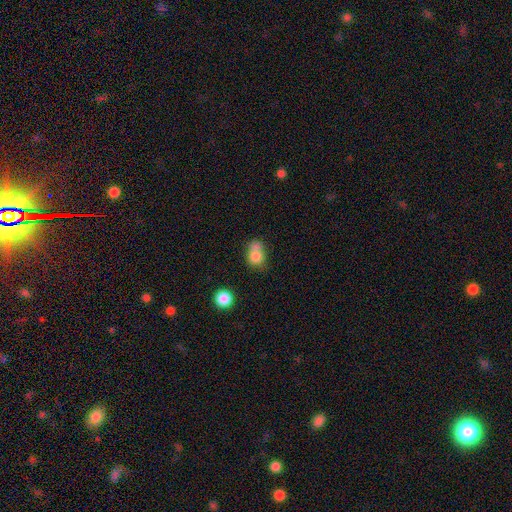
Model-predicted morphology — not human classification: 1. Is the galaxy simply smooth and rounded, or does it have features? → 77% smooth, 12% featured or disk, 11% star or artifact.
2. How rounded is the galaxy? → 53% round, 46% in between, 1% cigar-shaped.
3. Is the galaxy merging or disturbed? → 39% merger, 34% none, 18% minor disturbance, 9% major disturbance.